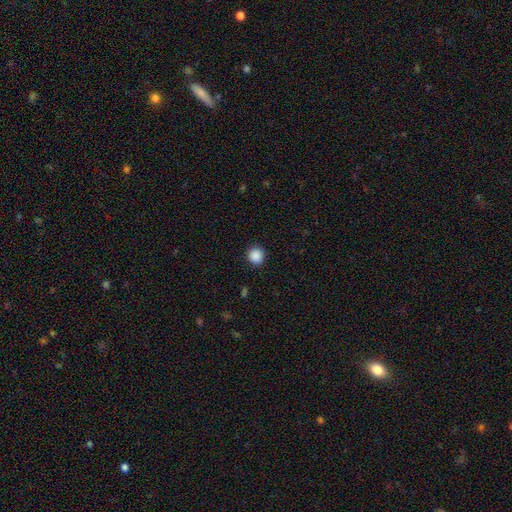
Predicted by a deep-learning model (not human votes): A smooth galaxy with no disk features (88%) that is round (91%). Merging: none (90%).